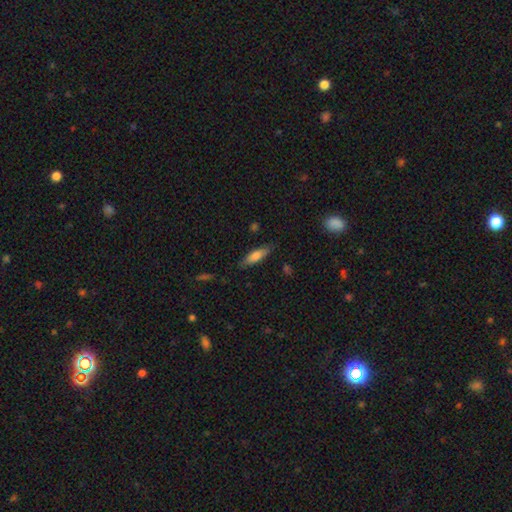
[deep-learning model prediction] The model was most divided on "how rounded": cigar-shaped: 55%, in between: 43%, round: 2%. More confident: merging — none (82%); smooth or featured — smooth (73%).